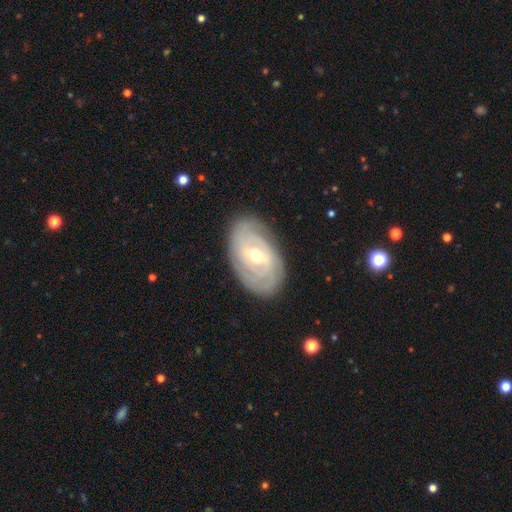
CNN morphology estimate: A featured or disk galaxy (83%) with a weak bar (49%), tight (76%) spiral arms (90%) and a moderate central bulge (57%).

Vote fractions:
- Smooth or featured? featured or disk: 83% / smooth: 12% / star or artifact: 5%
- Edge-on disk? no: 95% / yes: 5%
- Bar? weak: 49% / no: 30% / strong: 21%
- Spiral arms? yes: 90% / no: 10%
- Spiral winding? tight: 76% / medium: 18% / loose: 5%
- Spiral arm count? can't tell: 41% / 2: 27% / 3: 15% / 4: 8% / more than 4: 5% / 1: 5%
- Bulge size? moderate: 57% / small: 40% / large: 2% / none: 1% / dominant: 1%
- Merging? none: 83% / minor disturbance: 13% / major disturbance: 3% / merger: 1%